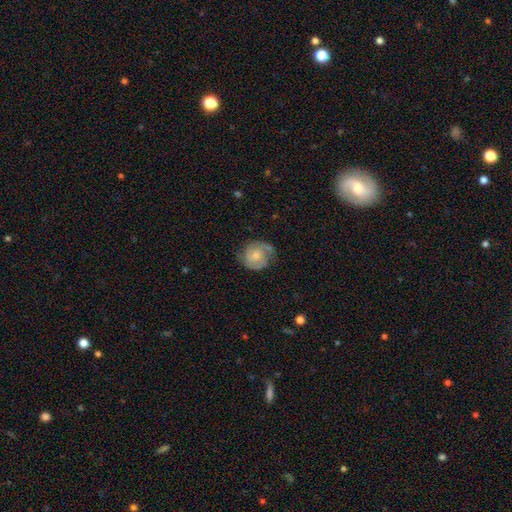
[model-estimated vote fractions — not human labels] This is likely a featured or disk galaxy (67%). It is clearly not viewed edge-on (98%). Bar: likely no (65%). Spiral arm pattern: clearly yes (93%). Spiral arm count: likely 2 (78%). Spiral winding: possibly tight (47%). Central bulge: possibly small (48%). Merging: likely none (70%).